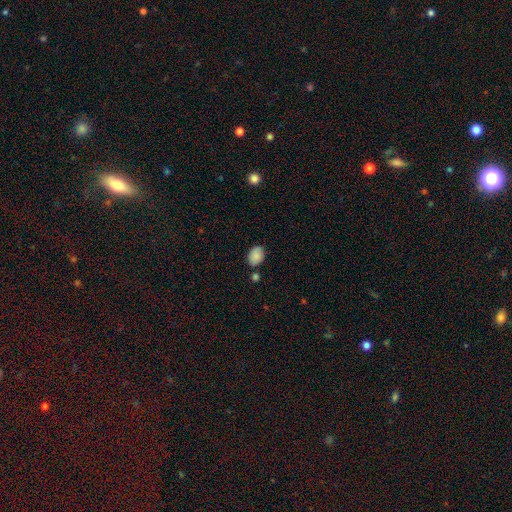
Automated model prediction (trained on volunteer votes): smooth_or_featured: smooth (p=0.87) [alt: star or artifact p=0.07]
how_rounded: in between (p=0.79) [alt: round p=0.20]
merging: none (p=0.75) [alt: minor disturbance p=0.15]